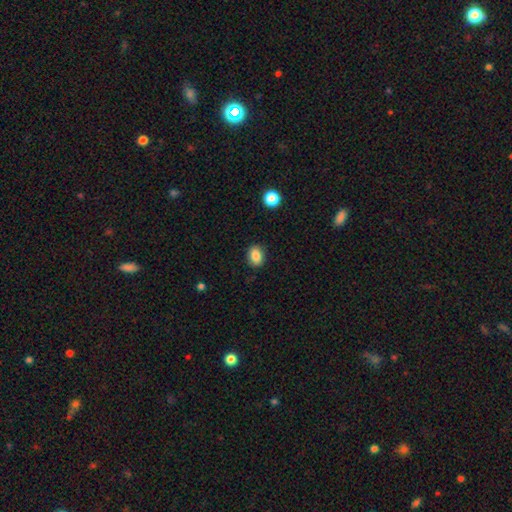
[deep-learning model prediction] Smooth or featured? Predicted: smooth (p=0.86). How rounded? Predicted: in between (p=0.65). Merging? Predicted: none (p=0.88).